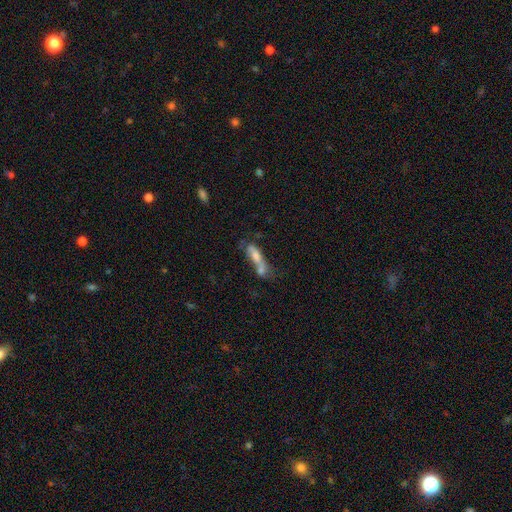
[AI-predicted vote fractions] smooth-or-featured: smooth: 58% | featured or disk: 32% | star or artifact: 11%
  how-rounded: cigar-shaped: 55% | in between: 42% | round: 4%
  merging: merger: 54% | none: 22% | major disturbance: 12% | minor disturbance: 12%